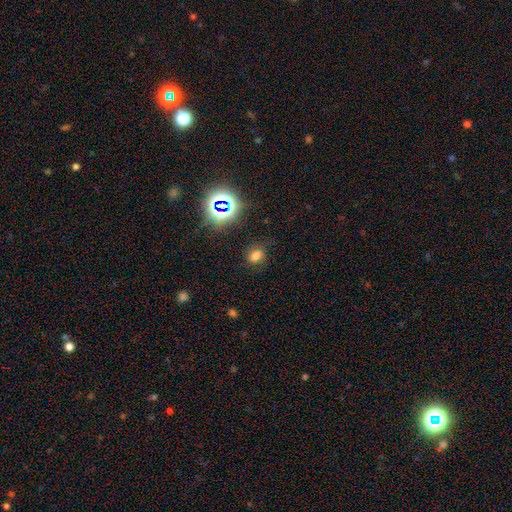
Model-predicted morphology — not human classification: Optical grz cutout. It shows a smooth galaxy with no disk features (64%) that is in between round and cigar-shaped (65%). Merging: none (72%).